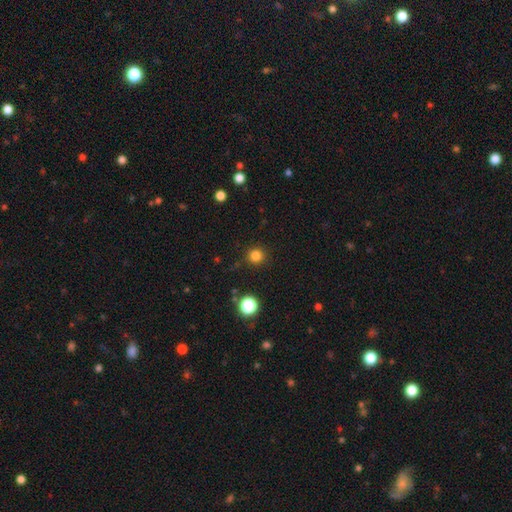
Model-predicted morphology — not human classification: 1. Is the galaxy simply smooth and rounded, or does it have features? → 82% smooth, 14% star or artifact, 4% featured or disk.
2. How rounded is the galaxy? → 95% round, 4% in between, 1% cigar-shaped.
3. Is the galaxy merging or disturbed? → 90% none, 6% minor disturbance, 2% major disturbance, 2% merger.